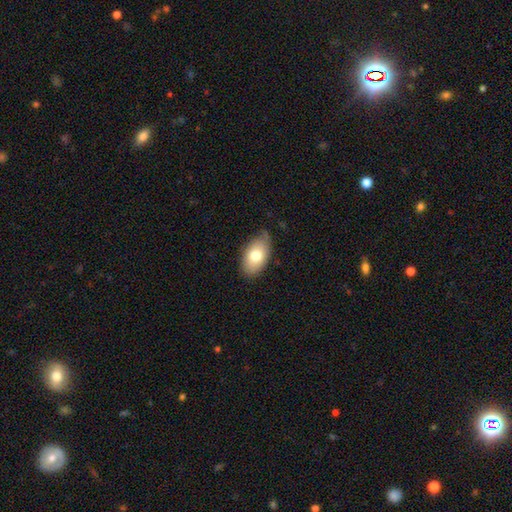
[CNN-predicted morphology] Smooth or featured: smooth — 75% (featured or disk — 17%)
How rounded: in between — 93% (round — 6%)
Merging: none — 72% (minor disturbance — 23%)